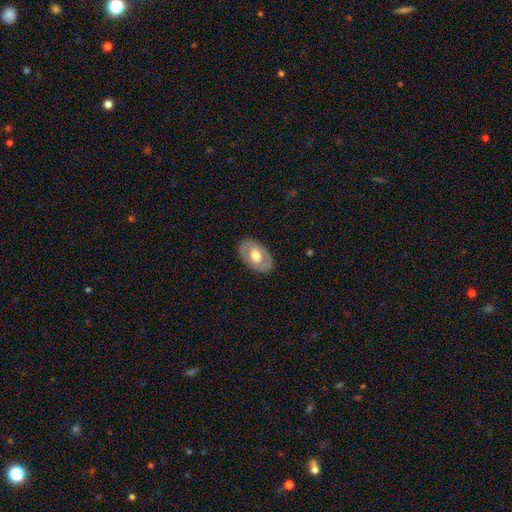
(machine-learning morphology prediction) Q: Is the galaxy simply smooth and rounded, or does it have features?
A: smooth — 50%.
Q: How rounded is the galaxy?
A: in between — 86%.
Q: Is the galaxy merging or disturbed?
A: none — 84%.